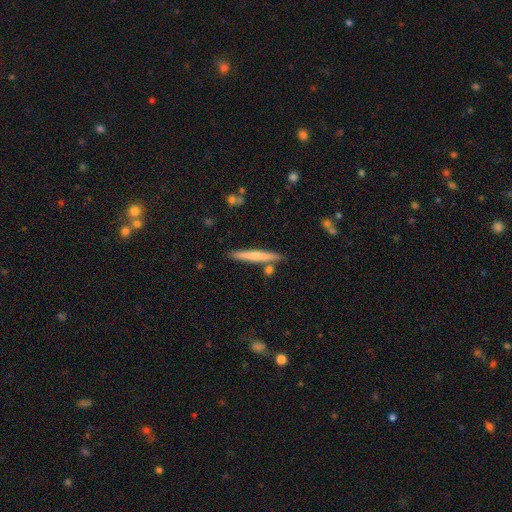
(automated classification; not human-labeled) This appears to be a smooth galaxy with no disk features (57%) that is cigar-shaped (95%). Merging: none (84%).